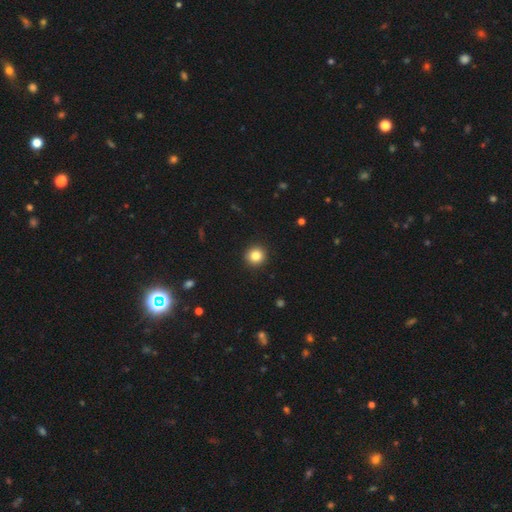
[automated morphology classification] Smooth or featured? Predicted: smooth (p=0.84). How rounded? Predicted: round (p=0.93). Merging? Predicted: none (p=0.93).